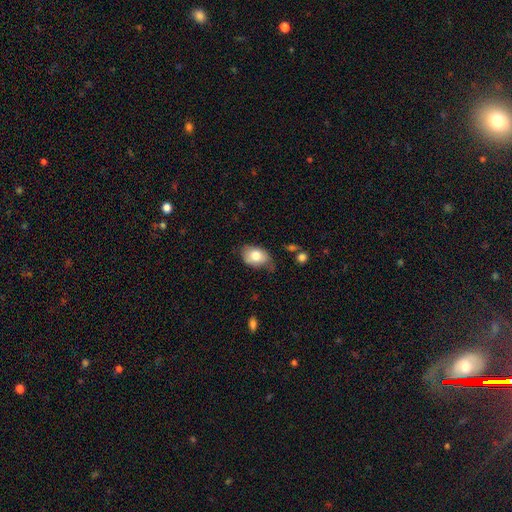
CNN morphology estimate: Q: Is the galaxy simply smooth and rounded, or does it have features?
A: smooth — 77%.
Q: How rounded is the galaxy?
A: in between — 84%.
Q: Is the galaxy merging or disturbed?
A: none — 58%.